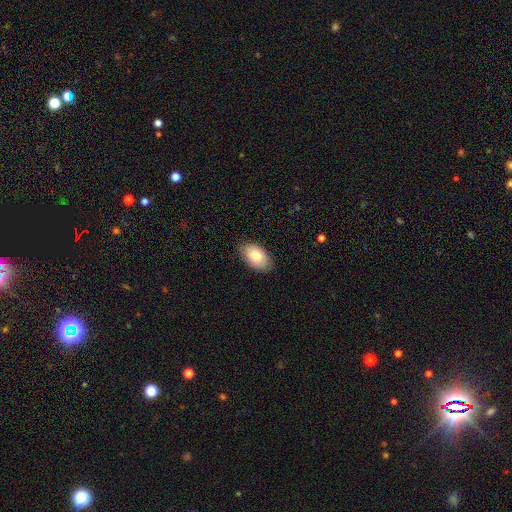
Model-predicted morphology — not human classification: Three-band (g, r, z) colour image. It shows a smooth galaxy with no disk features (79%) that is in between round and cigar-shaped (92%). Merging: none (85%).